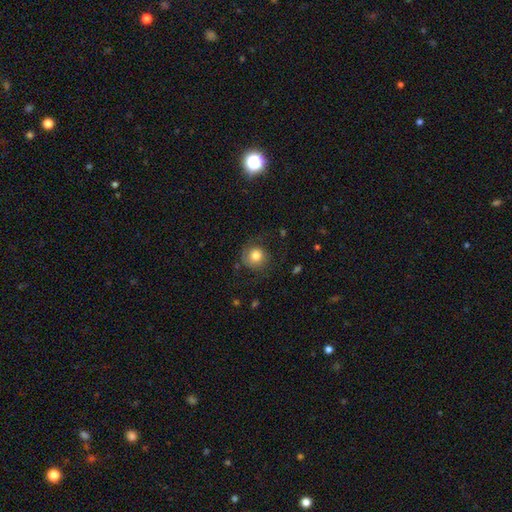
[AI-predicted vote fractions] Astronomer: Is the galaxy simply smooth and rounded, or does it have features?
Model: smooth — 72%.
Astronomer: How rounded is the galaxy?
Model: round — 88%.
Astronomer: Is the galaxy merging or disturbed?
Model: none — 66%.